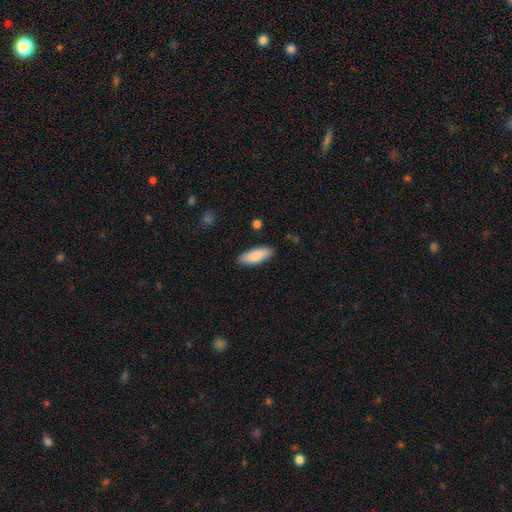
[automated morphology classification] This is clearly a smooth galaxy (83%). How rounded: likely in between (73%). Merging: clearly none (87%).